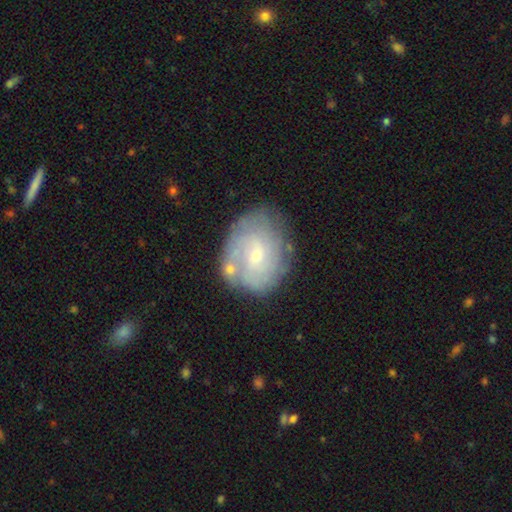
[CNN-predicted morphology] type=featured or disk (64%); edge-on=no (97%); bar=no (61%); spiral arms=yes (77%); bulge=small (71%); merging=none (66%).